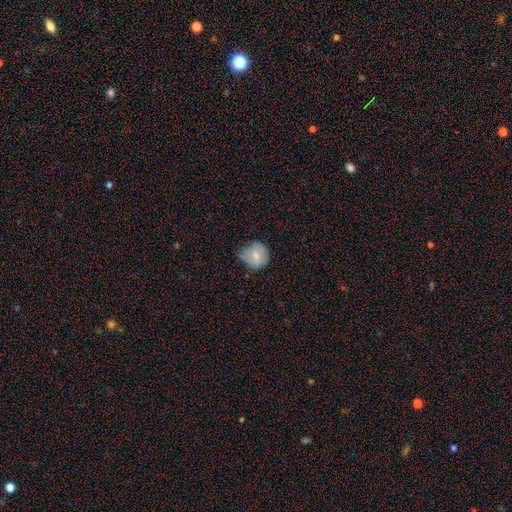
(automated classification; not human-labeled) Morphology: type=smooth (74%); roundness=round (85%); merging=none (55%).